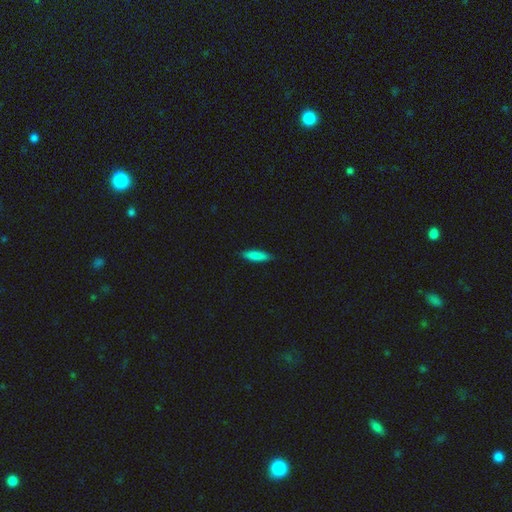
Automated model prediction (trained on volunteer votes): This is clearly a smooth galaxy (84%). How rounded: likely cigar-shaped (65%). Merging: clearly none (85%).